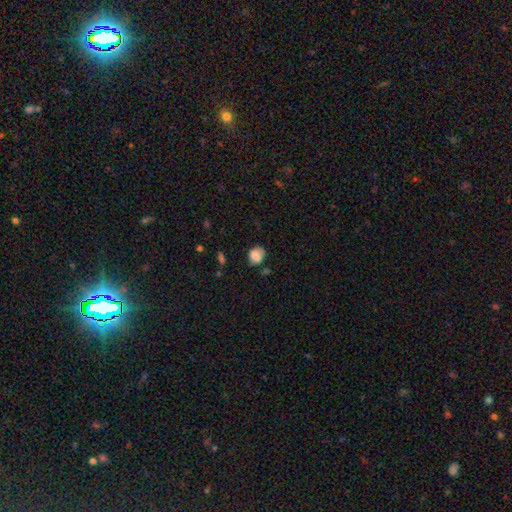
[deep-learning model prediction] Smooth or featured?
  - smooth: 71% *
  - featured or disk: 20%
  - star or artifact: 10%
How rounded?
  - round: 57% *
  - in between: 42%
  - cigar-shaped: 1%
Merging?
  - none: 57% *
  - minor disturbance: 28%
  - major disturbance: 10%
  - merger: 6%